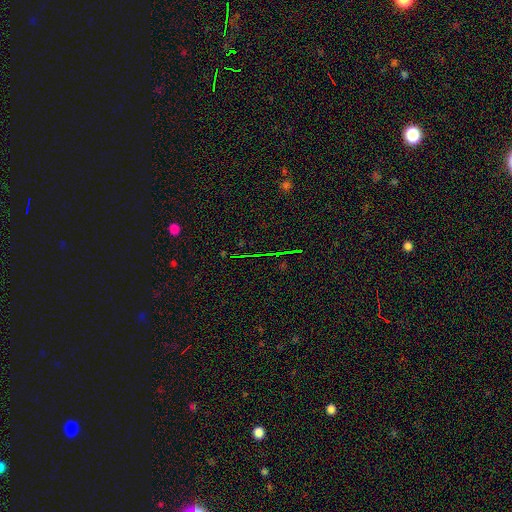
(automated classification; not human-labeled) Morphology: type=star or artifact (77%).